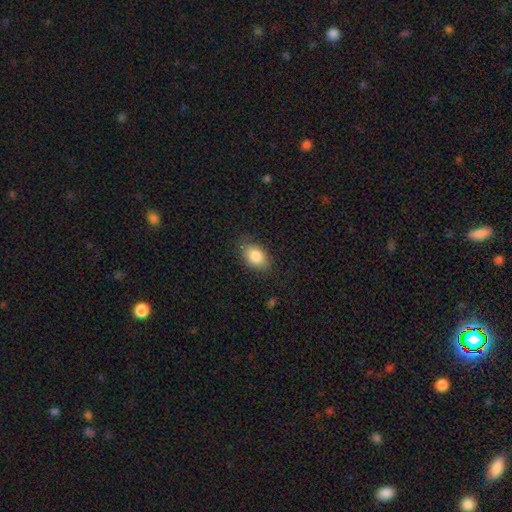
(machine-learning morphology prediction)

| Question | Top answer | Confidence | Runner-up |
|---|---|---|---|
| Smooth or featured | smooth | 84% | featured or disk (9%) |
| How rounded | in between | 86% | round (13%) |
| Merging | none | 78% | minor disturbance (17%) |